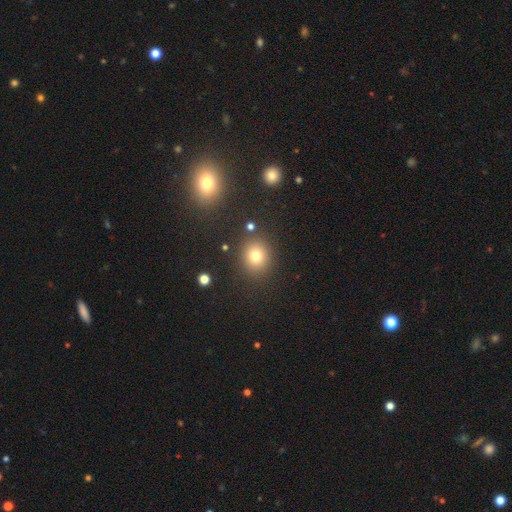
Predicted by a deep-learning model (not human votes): A smooth galaxy with no disk features (76%) that is round (74%). Merging: none (84%).